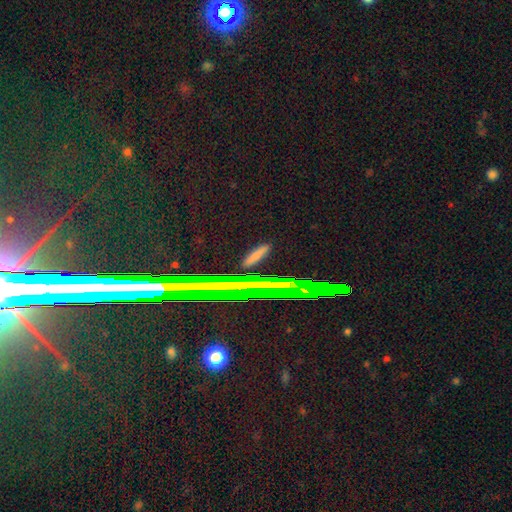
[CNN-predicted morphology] smooth 55%, star or artifact 32%, featured or disk 13%. Down the decision tree: how rounded — cigar-shaped (58%); merging — none (89%).